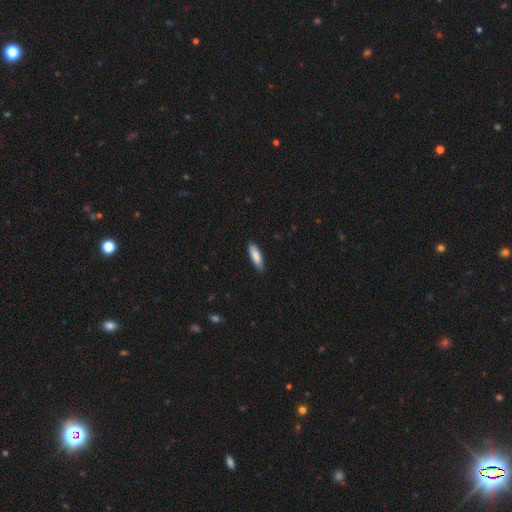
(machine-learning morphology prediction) The model was most divided on "how rounded": cigar-shaped: 52%, in between: 47%, round: 1%. More confident: smooth or featured — smooth (84%); merging — none (84%).